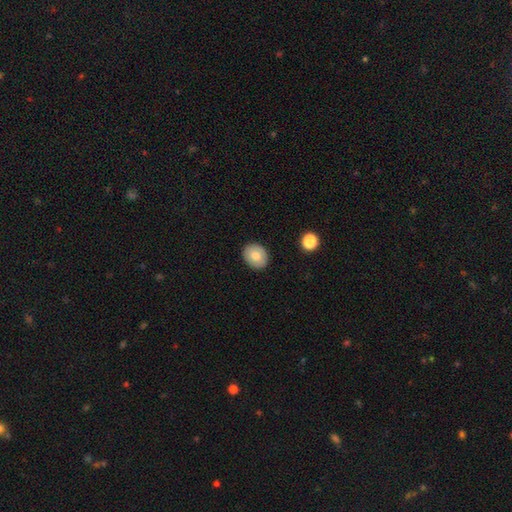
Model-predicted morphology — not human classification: smooth-or-featured: smooth: 75% | featured or disk: 17% | star or artifact: 7%
  how-rounded: round: 54% | in between: 45% | cigar-shaped: 1%
  merging: none: 89% | minor disturbance: 8% | major disturbance: 2% | merger: 1%